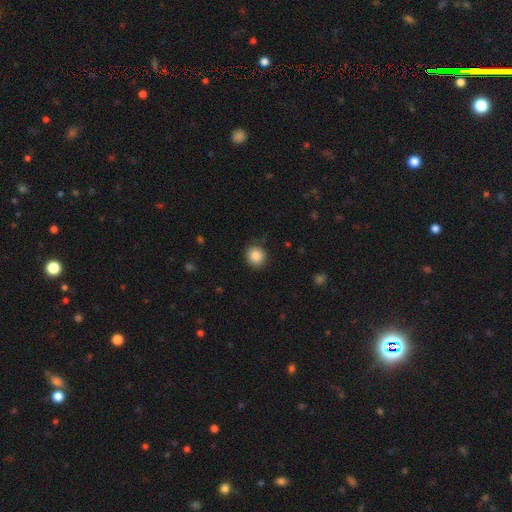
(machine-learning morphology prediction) Q: Smooth or featured?
A: smooth (86%); runner-up: star or artifact (10%)
Q: How rounded?
A: round (91%); runner-up: in between (9%)
Q: Merging?
A: none (87%); runner-up: minor disturbance (9%)